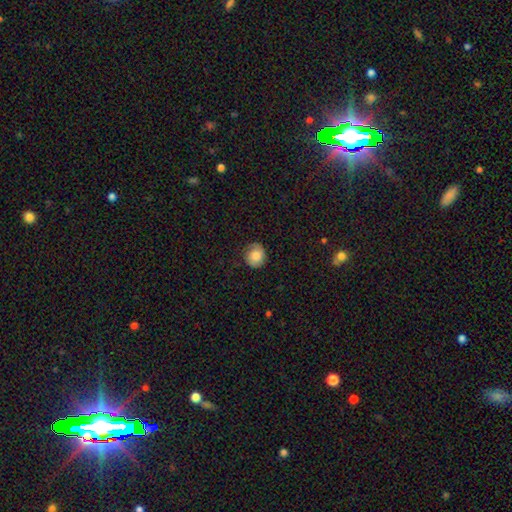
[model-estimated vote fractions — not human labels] Smooth or featured: smooth — 75% (featured or disk — 16%)
How rounded: round — 83% (in between — 16%)
Merging: none — 74% (minor disturbance — 19%)